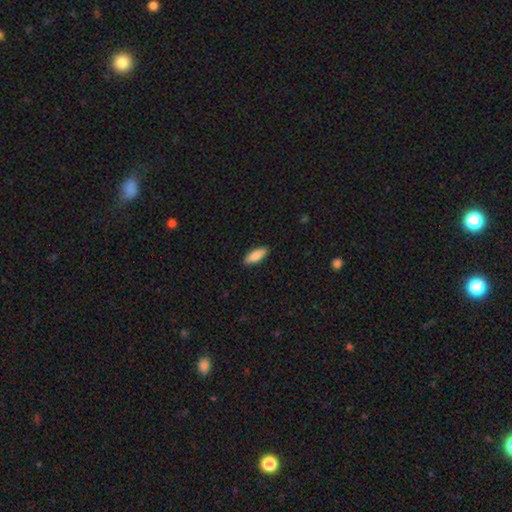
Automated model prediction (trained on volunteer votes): This is clearly a smooth galaxy (88%). How rounded: likely in between (67%). Merging: clearly none (89%).